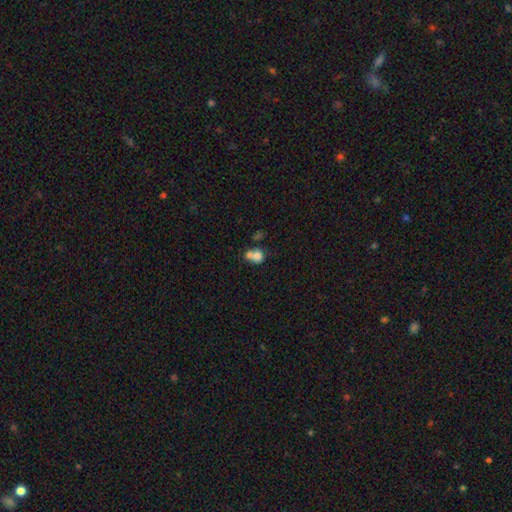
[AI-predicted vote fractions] smooth-or-featured: smooth: 74% | featured or disk: 16% | star or artifact: 10%
  how-rounded: round: 68% | in between: 31% | cigar-shaped: 1%
  merging: merger: 62% | none: 26% | minor disturbance: 7% | major disturbance: 5%